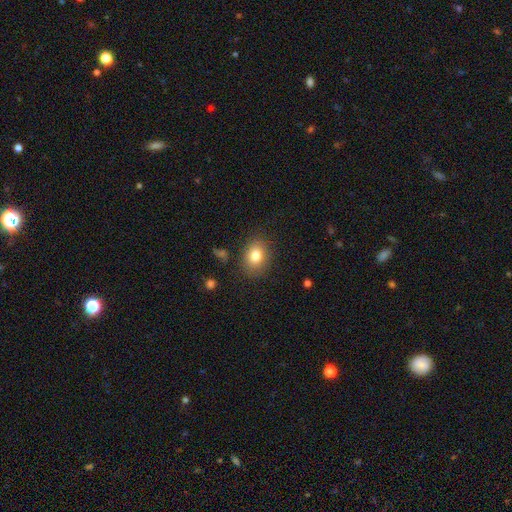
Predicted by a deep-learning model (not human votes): The model was most divided on "how rounded": in between: 60%, round: 39%, cigar-shaped: 1%. More confident: merging — none (83%); smooth or featured — smooth (81%).